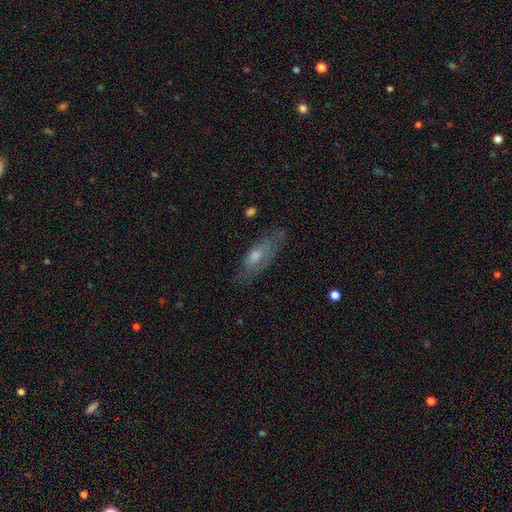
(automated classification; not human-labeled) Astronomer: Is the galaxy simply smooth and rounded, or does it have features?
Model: featured or disk — 47% (runner-up: smooth, 43%).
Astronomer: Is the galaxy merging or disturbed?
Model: none — 67%.